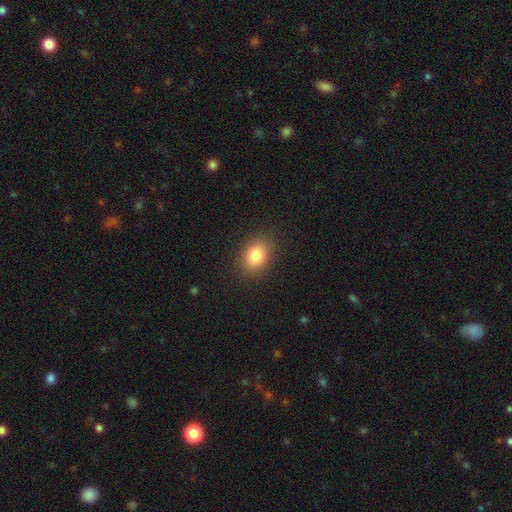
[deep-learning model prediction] A smooth galaxy with no disk features (83%) that is in between round and cigar-shaped (64%).

Vote fractions:
- Smooth or featured? smooth: 83% / star or artifact: 10% / featured or disk: 7%
- How rounded? in between: 64% / round: 35% / cigar-shaped: 1%
- Merging? none: 87% / minor disturbance: 9% / major disturbance: 3% / merger: 1%